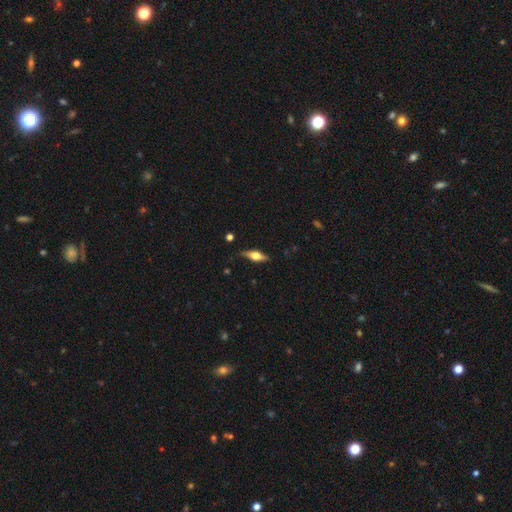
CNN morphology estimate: This appears to be a featured or disk galaxy (55%) viewed edge-on (92%) with a rounded central bulge (92%). Merging: none (79%).